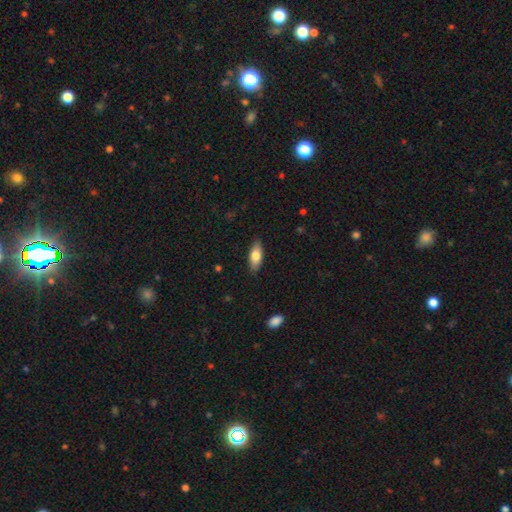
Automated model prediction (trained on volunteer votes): A smooth galaxy with no disk features (74%) that is in between round and cigar-shaped (75%).

Vote fractions:
- Smooth or featured? smooth: 74% / featured or disk: 20% / star or artifact: 6%
- How rounded? in between: 75% / cigar-shaped: 22% / round: 3%
- Merging? none: 87% / minor disturbance: 10% / major disturbance: 2% / merger: 1%